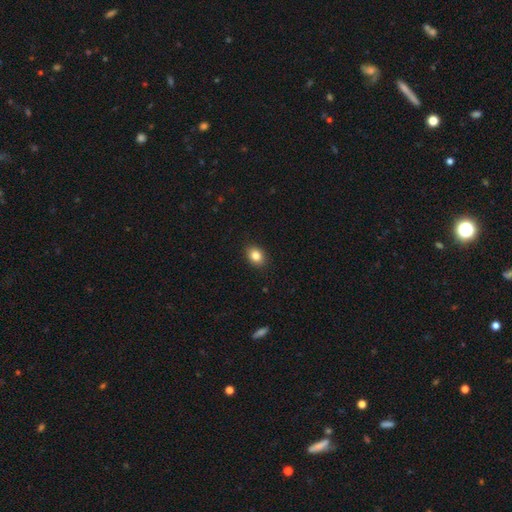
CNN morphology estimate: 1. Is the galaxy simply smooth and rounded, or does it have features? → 84% smooth, 10% star or artifact, 7% featured or disk.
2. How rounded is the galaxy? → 62% in between, 37% round, 1% cigar-shaped.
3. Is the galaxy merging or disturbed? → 90% none, 8% minor disturbance, 2% major disturbance, 1% merger.